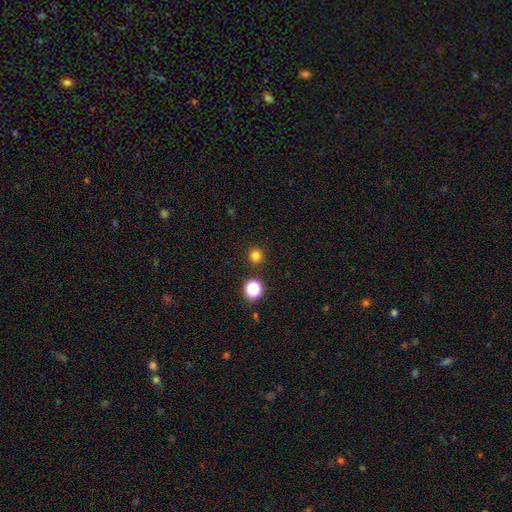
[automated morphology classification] This is likely a smooth galaxy (79%). How rounded: clearly round (95%). Merging: clearly none (91%).